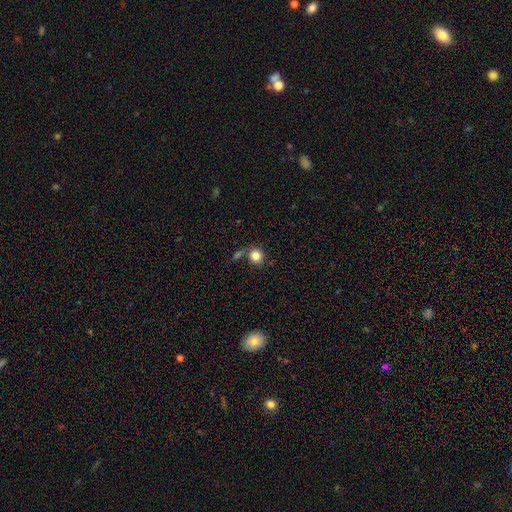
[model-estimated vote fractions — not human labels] Smooth or featured? smooth (83%)
How rounded? round (87%)
Merging? none (68%)